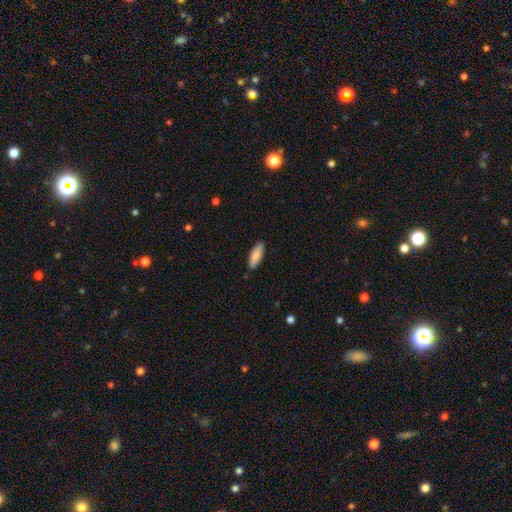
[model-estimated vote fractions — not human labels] smooth_or_featured: smooth (p=0.87) [alt: featured or disk p=0.07]
how_rounded: in between (p=0.63) [alt: cigar-shaped p=0.36]
merging: none (p=0.87) [alt: minor disturbance p=0.10]